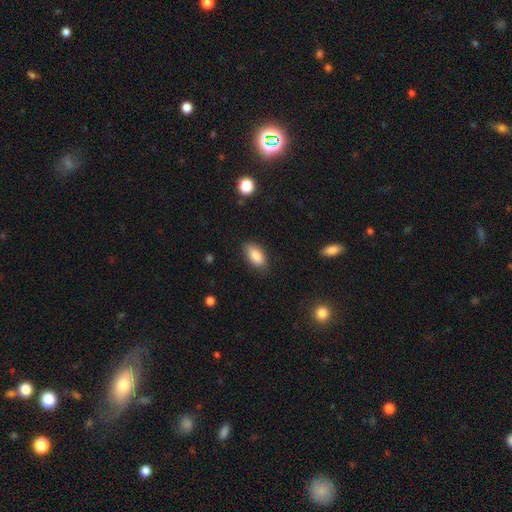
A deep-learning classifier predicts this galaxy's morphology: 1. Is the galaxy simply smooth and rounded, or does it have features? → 85% smooth, 7% featured or disk, 7% star or artifact.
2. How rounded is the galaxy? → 91% in between, 5% cigar-shaped, 4% round.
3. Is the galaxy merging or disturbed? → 83% none, 13% minor disturbance, 3% major disturbance, 1% merger.